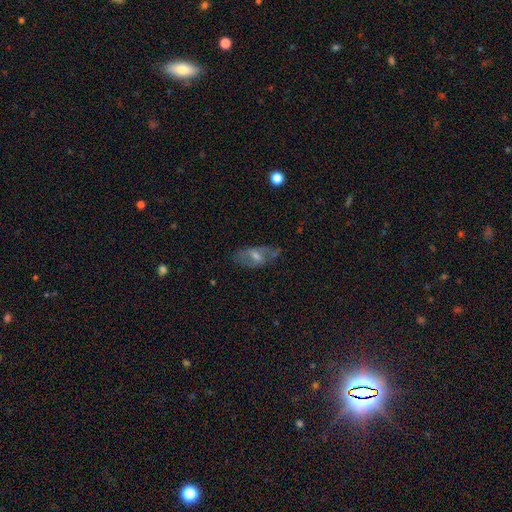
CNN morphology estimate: smooth_or_featured: featured or disk (p=0.53) [alt: smooth p=0.37]
disk_edge_on: no (p=0.86) [alt: yes p=0.14]
merging: none (p=0.58) [alt: minor disturbance p=0.25]